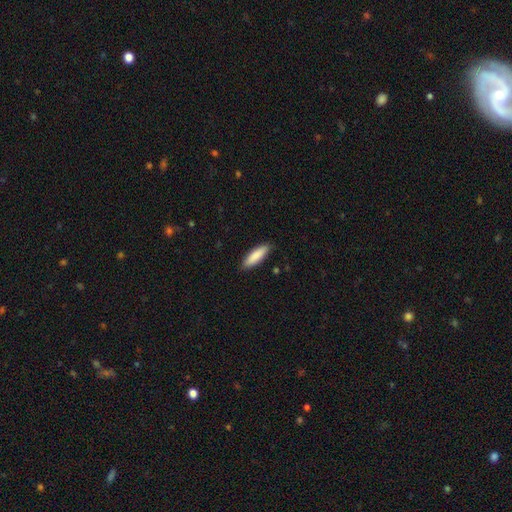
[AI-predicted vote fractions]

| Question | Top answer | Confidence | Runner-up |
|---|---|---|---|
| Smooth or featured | smooth | 87% | featured or disk (8%) |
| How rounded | cigar-shaped | 56% | in between (43%) |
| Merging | none | 88% | minor disturbance (9%) |